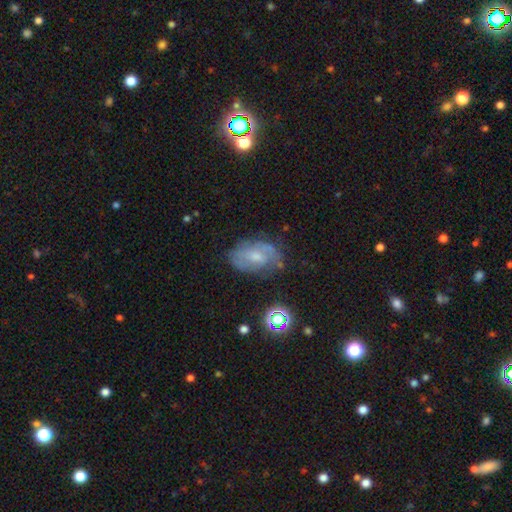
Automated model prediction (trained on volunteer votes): Smooth or featured? featured or disk (60%)
Edge-on disk? no (96%)
Bar? no (51%)
Spiral arms? yes (76%)
Bulge size? small (45%)
Merging? none (62%)